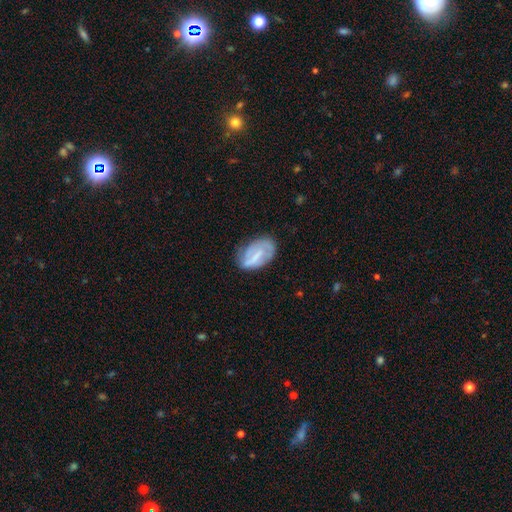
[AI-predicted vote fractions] Smooth or featured?
  - featured or disk: 55% *
  - smooth: 38%
  - star or artifact: 7%
Edge-on disk?
  - no: 96% *
  - yes: 4%
Bar?
  - weak: 42% *
  - strong: 37%
  - no: 21%
Spiral arms?
  - yes: 64% *
  - no: 36%
Bulge size?
  - none: 45% *
  - small: 31%
  - moderate: 19%
  - large: 3%
  - dominant: 1%
Merging?
  - none: 60% *
  - minor disturbance: 26%
  - major disturbance: 11%
  - merger: 2%